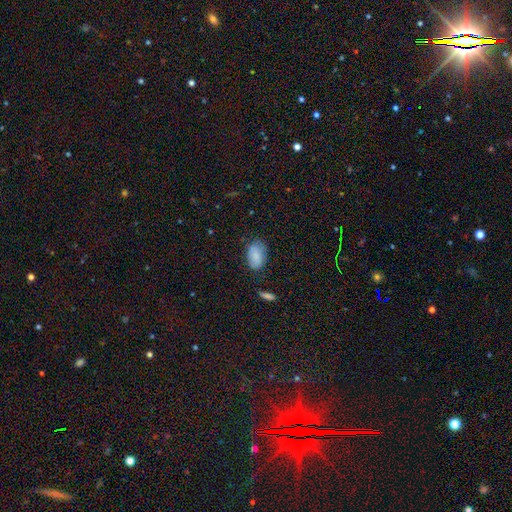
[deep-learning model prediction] The model was most divided on "merging": none: 68%, minor disturbance: 24%, major disturbance: 6%, merger: 3%. More confident: how rounded — in between (91%); smooth or featured — smooth (81%).